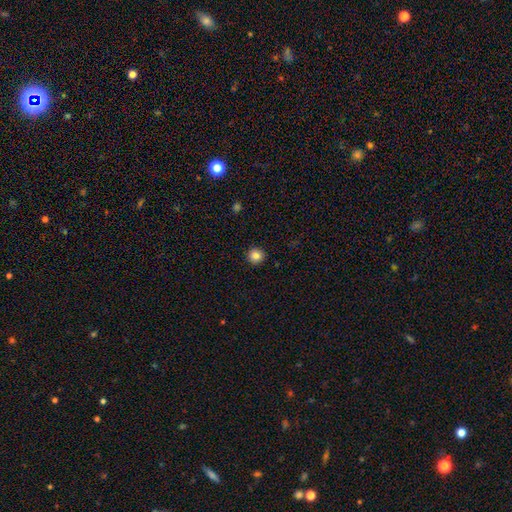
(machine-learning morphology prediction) smooth_or_featured: smooth (p=0.84) [alt: star or artifact p=0.11]
how_rounded: round (p=0.95) [alt: in between p=0.04]
merging: none (p=0.92) [alt: minor disturbance p=0.05]